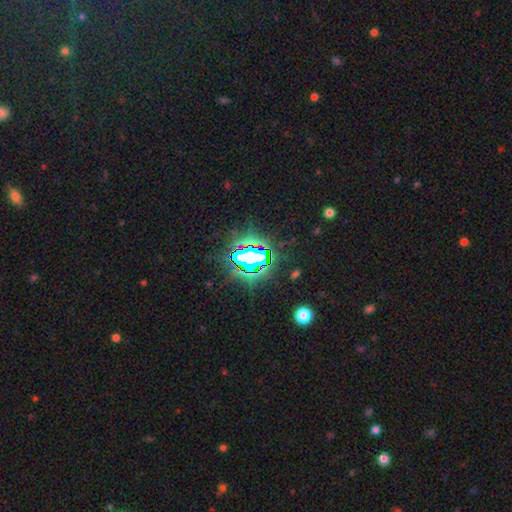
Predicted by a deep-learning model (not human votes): Smooth or featured? Predicted: star or artifact (p=0.77).